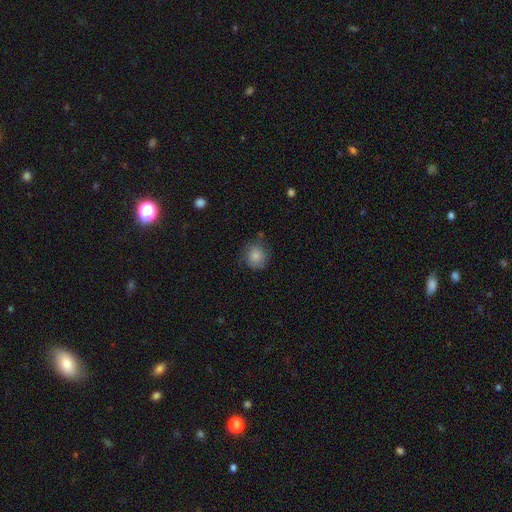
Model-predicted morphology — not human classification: The model was most divided on "merging": none: 73%, minor disturbance: 19%, major disturbance: 6%, merger: 2%. More confident: how rounded — round (85%); smooth or featured — smooth (82%).